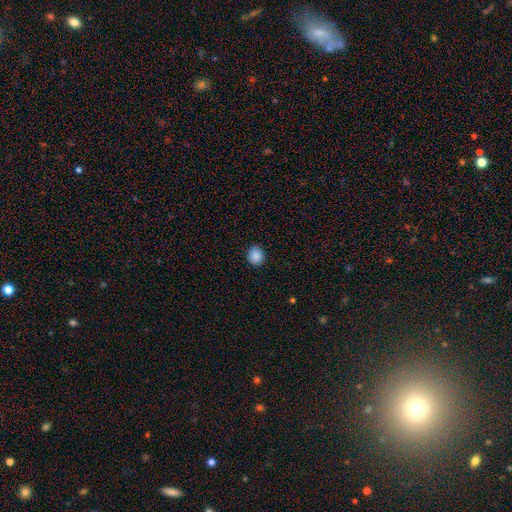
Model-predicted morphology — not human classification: Q: Smooth or featured?
A: smooth (88%); runner-up: star or artifact (9%)
Q: How rounded?
A: round (74%); runner-up: in between (26%)
Q: Merging?
A: none (88%); runner-up: minor disturbance (9%)